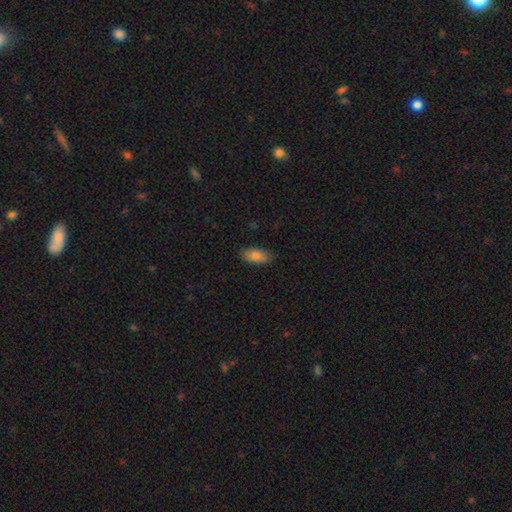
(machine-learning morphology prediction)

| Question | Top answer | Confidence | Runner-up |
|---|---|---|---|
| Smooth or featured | smooth | 82% | featured or disk (11%) |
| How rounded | in between | 90% | cigar-shaped (8%) |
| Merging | none | 84% | minor disturbance (13%) |